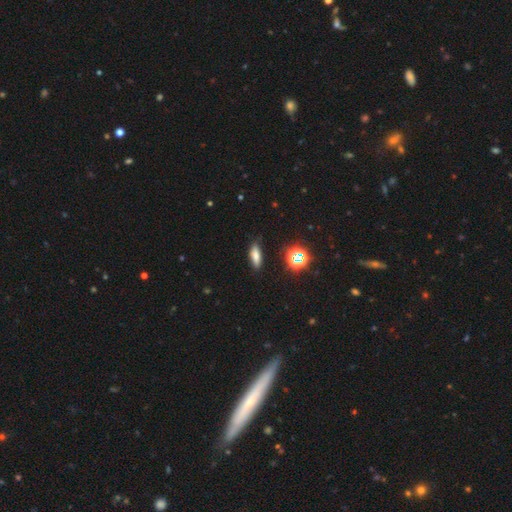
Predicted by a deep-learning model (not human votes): This appears to be a smooth galaxy with no disk features (73%) that is in between round and cigar-shaped (56%). Merging: none (83%).